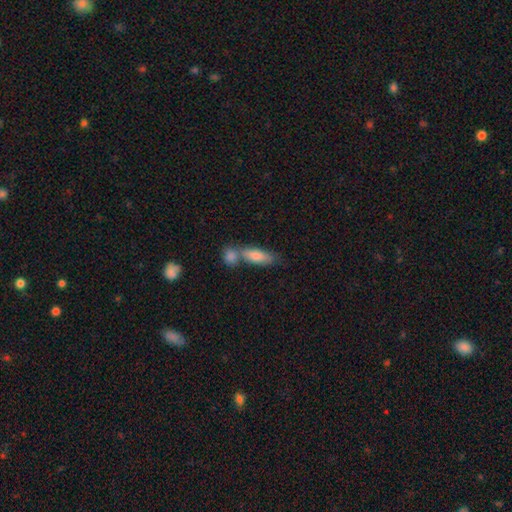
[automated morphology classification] Q: Smooth or featured?
A: smooth (71%); runner-up: featured or disk (20%)
Q: How rounded?
A: in between (49%); runner-up: cigar-shaped (47%)
Q: Merging?
A: none (46%); runner-up: merger (40%)